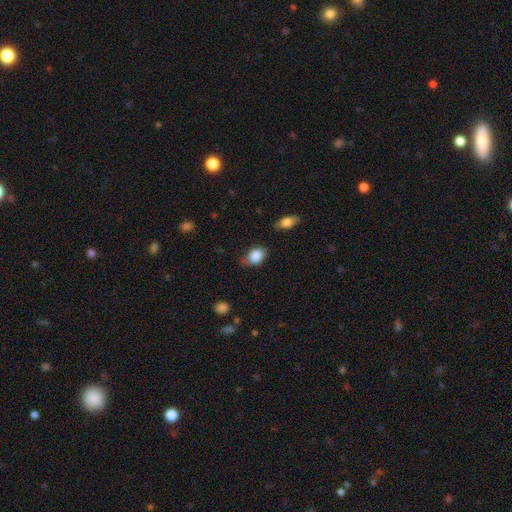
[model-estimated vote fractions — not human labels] This appears to be a smooth galaxy with no disk features (87%) that is in between round and cigar-shaped (71%). Merging: none (63%).